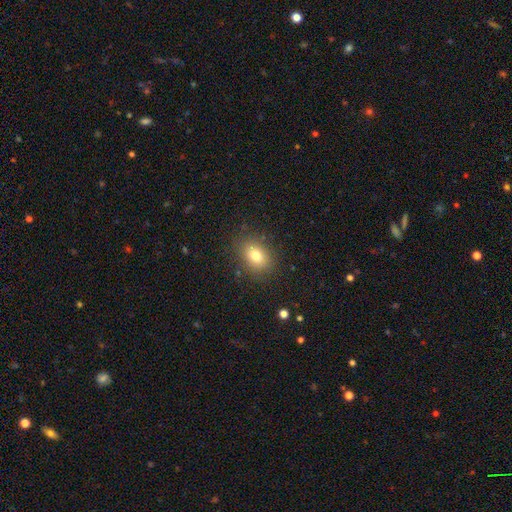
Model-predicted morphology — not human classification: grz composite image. It shows a smooth galaxy with no disk features (78%) that is in between round and cigar-shaped (70%). Merging: none (84%).